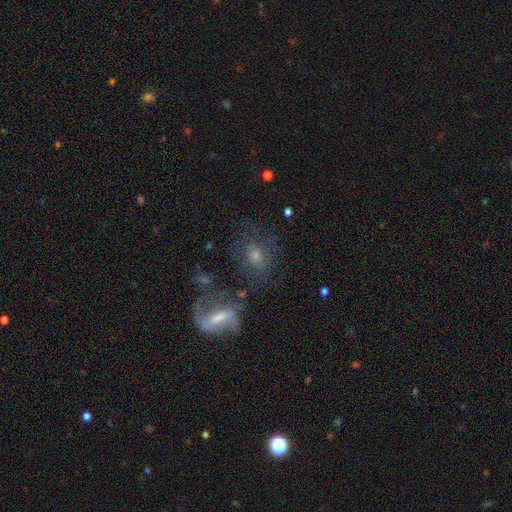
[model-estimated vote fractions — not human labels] Smooth or featured? featured or disk (48%)
Merging? none (54%)